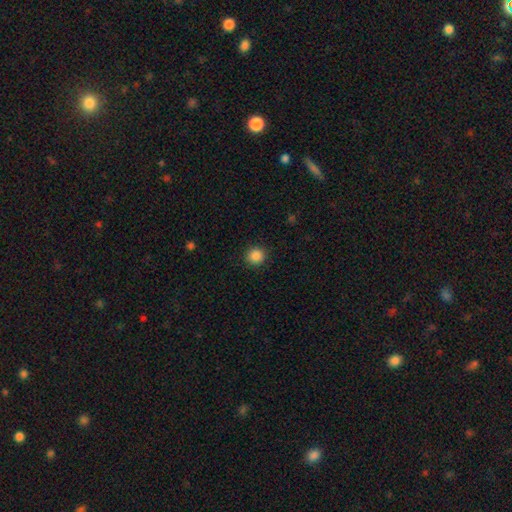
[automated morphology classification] Smooth or featured? smooth (87%)
How rounded? round (91%)
Merging? none (91%)